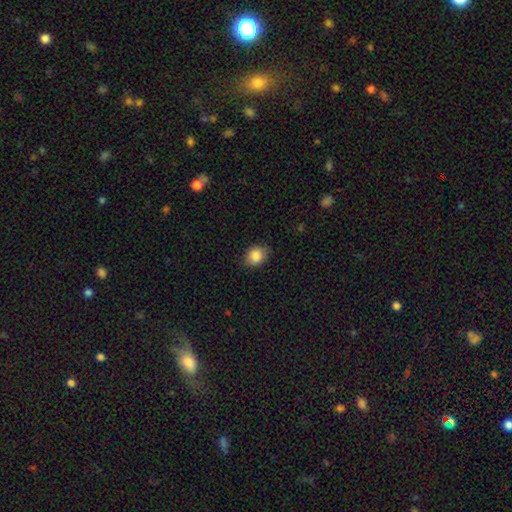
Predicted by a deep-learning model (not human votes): A smooth galaxy with no disk features (87%) that is round (50%).

Vote fractions:
- Smooth or featured? smooth: 87% / star or artifact: 8% / featured or disk: 5%
- How rounded? round: 50% / in between: 49% / cigar-shaped: 1%
- Merging? none: 79% / minor disturbance: 17% / major disturbance: 3% / merger: 1%